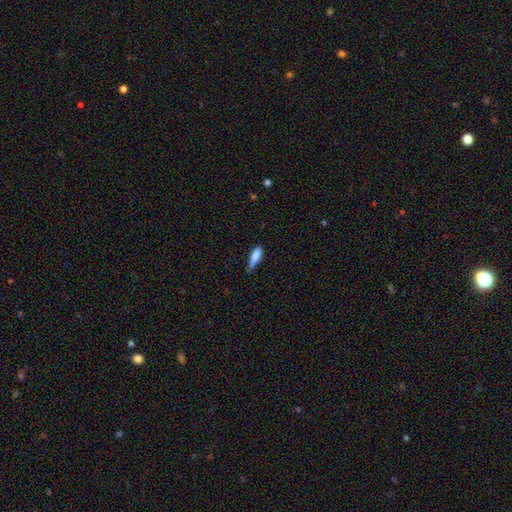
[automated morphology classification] Smooth or featured? smooth (81%)
How rounded? cigar-shaped (51%)
Merging? minor disturbance (46%)